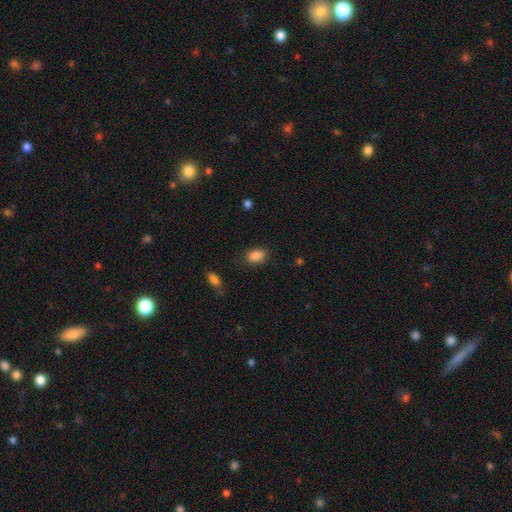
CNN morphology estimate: This is clearly a smooth galaxy (87%). How rounded: clearly in between (83%). Merging: clearly none (80%).